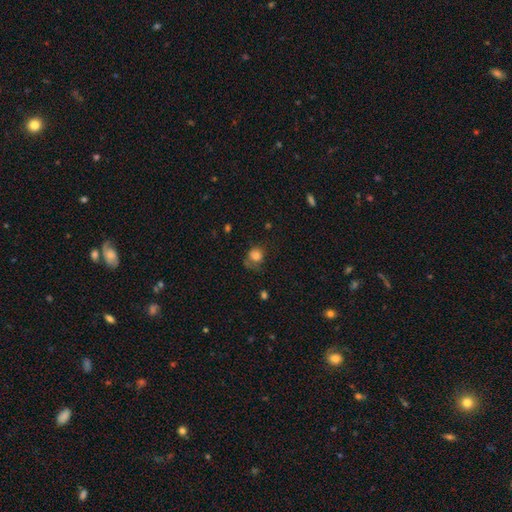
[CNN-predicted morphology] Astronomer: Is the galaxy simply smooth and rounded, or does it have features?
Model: smooth — 80%.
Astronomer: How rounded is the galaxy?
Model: round — 76%.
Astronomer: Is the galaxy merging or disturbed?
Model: none — 47% (runner-up: minor disturbance, 29%).